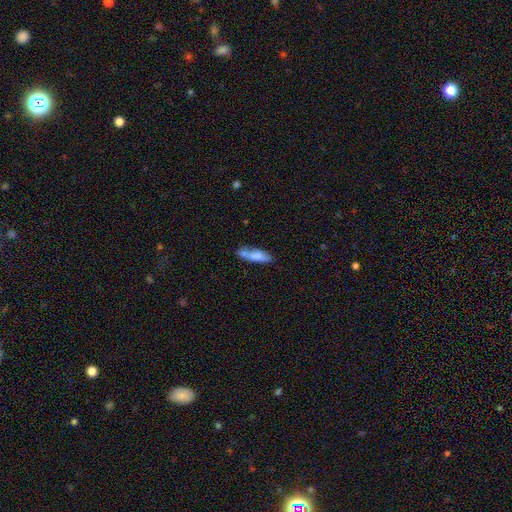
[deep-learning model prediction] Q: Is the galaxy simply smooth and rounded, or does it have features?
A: smooth — 75%.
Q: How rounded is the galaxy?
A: cigar-shaped — 62%.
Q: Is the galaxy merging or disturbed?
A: none — 58%.